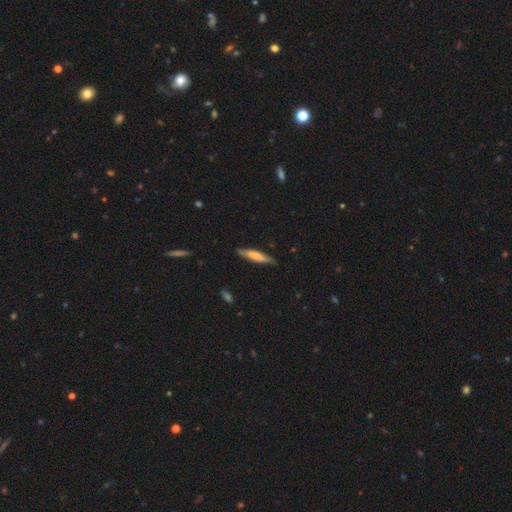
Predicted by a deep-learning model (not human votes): smooth-or-featured: smooth: 61% | featured or disk: 34% | star or artifact: 6%
  how-rounded: cigar-shaped: 84% | in between: 14% | round: 1%
  merging: none: 83% | minor disturbance: 14% | major disturbance: 2% | merger: 1%